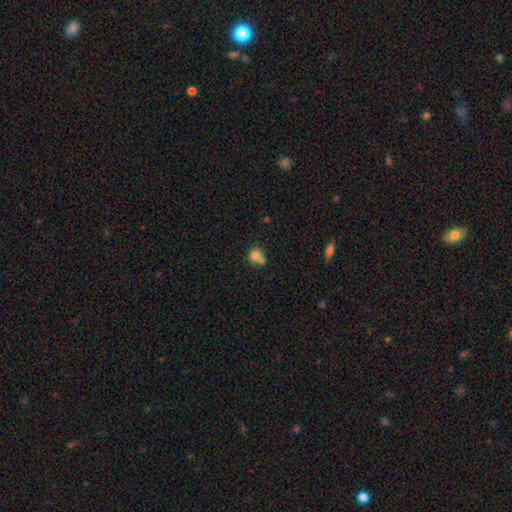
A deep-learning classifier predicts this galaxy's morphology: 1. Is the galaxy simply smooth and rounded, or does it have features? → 76% smooth, 13% featured or disk, 11% star or artifact.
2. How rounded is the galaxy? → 82% round, 17% in between, 1% cigar-shaped.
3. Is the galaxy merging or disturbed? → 45% merger, 41% none, 10% minor disturbance, 4% major disturbance.